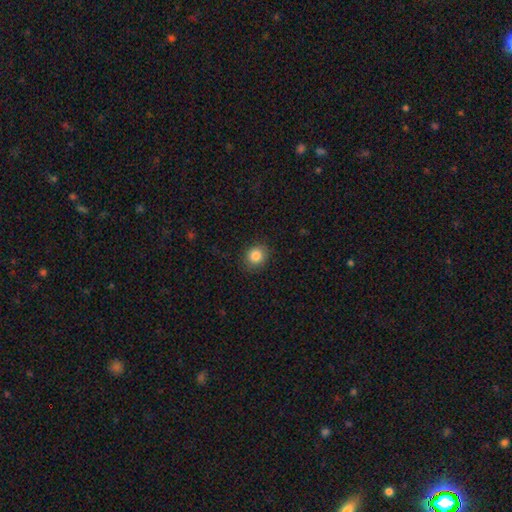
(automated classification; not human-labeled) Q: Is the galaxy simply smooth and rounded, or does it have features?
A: smooth — 85%.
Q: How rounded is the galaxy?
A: round — 74%.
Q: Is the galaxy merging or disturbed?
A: none — 88%.